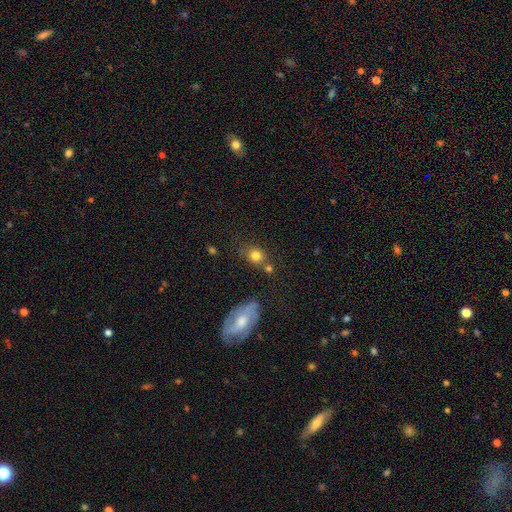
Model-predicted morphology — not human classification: Q: Smooth or featured?
A: smooth (79%); runner-up: star or artifact (11%)
Q: How rounded?
A: round (65%); runner-up: in between (34%)
Q: Merging?
A: none (63%); runner-up: minor disturbance (16%)